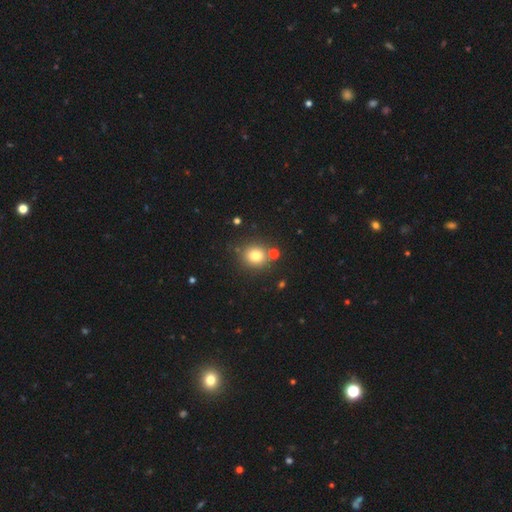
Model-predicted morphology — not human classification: Smooth or featured? Predicted: smooth (p=0.78). How rounded? Predicted: round (p=0.83). Merging? Predicted: none (p=0.78).